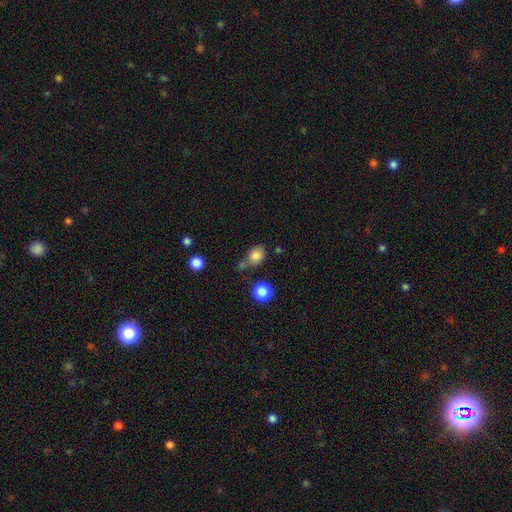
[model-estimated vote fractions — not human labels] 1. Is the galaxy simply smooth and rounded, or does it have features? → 82% smooth, 11% star or artifact, 7% featured or disk.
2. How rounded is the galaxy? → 58% in between, 41% round, 1% cigar-shaped.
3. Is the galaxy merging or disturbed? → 59% none, 18% minor disturbance, 17% merger, 6% major disturbance.